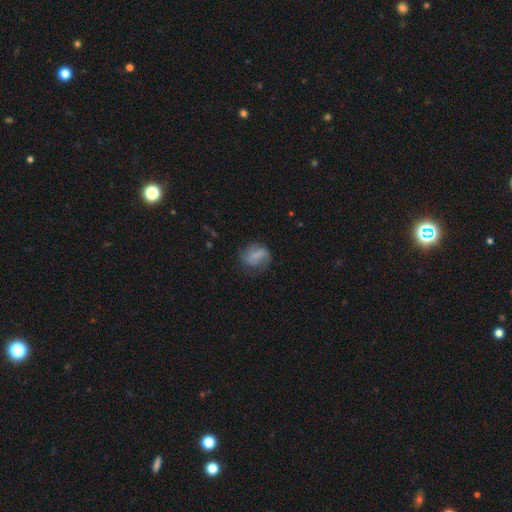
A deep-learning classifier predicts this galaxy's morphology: Overall: smooth (46%; featured or disk 45%). Merging: none (54%; minor disturbance 25%).